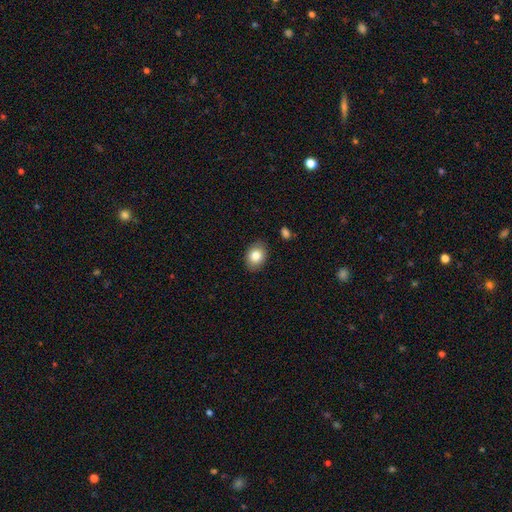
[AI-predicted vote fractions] smooth_or_featured: smooth (p=0.83) [alt: featured or disk p=0.09]
how_rounded: in between (p=0.61) [alt: round p=0.38]
merging: none (p=0.86) [alt: minor disturbance p=0.11]